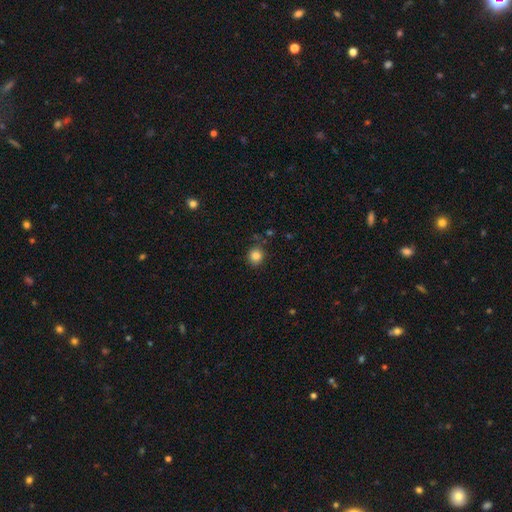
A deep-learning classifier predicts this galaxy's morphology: smooth-or-featured: smooth: 83% | star or artifact: 11% | featured or disk: 5%
  how-rounded: round: 87% | in between: 12% | cigar-shaped: 1%
  merging: none: 83% | minor disturbance: 11% | merger: 3% | major disturbance: 3%